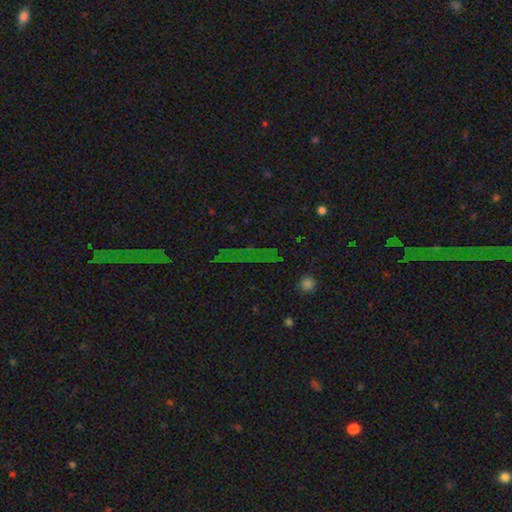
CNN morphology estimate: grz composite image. It shows a star or artifact, not a galaxy (73%).